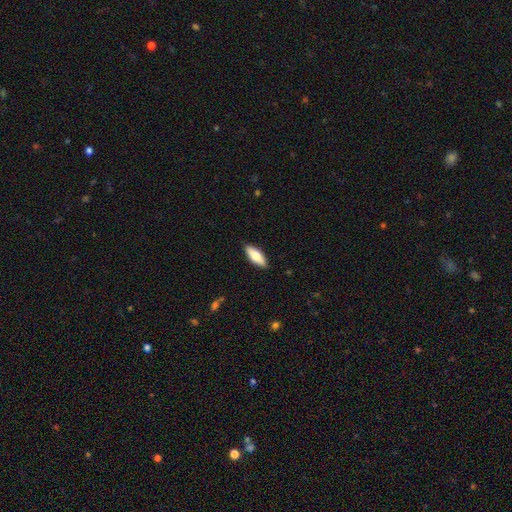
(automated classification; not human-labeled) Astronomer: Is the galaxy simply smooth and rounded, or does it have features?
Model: smooth — 73%.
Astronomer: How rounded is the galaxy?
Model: in between — 67%.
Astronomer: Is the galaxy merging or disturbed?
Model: none — 89%.